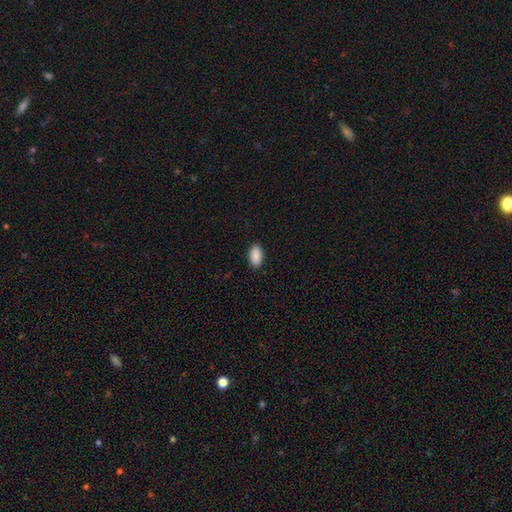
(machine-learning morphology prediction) Overall: smooth (91%). How rounded: in between (94%). Merging: none (90%).